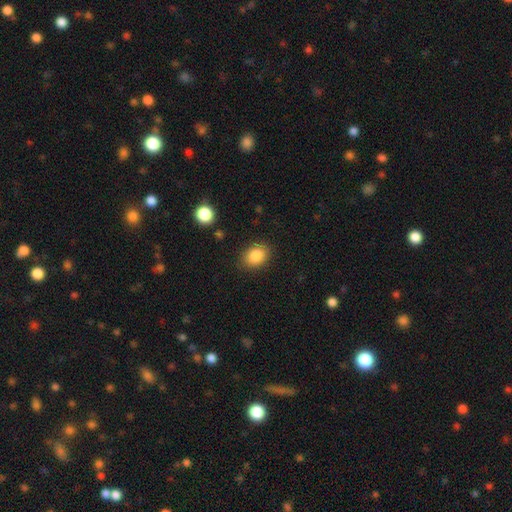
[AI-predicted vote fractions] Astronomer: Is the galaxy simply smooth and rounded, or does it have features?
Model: smooth — 86%.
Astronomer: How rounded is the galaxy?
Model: in between — 68%.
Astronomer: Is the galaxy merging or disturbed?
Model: none — 85%.